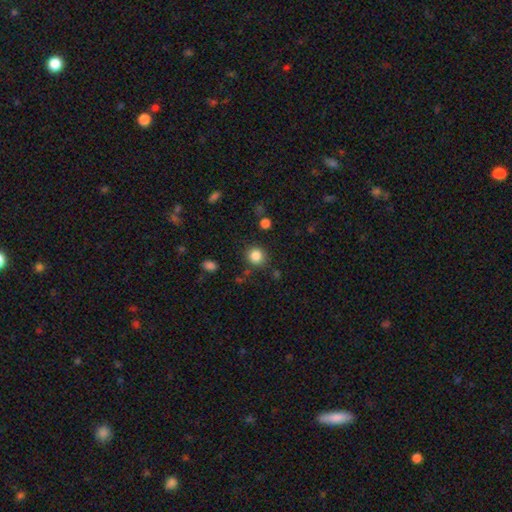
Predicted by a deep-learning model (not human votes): Q: Smooth or featured?
A: smooth (85%); runner-up: star or artifact (11%)
Q: How rounded?
A: round (89%); runner-up: in between (10%)
Q: Merging?
A: none (84%); runner-up: minor disturbance (9%)